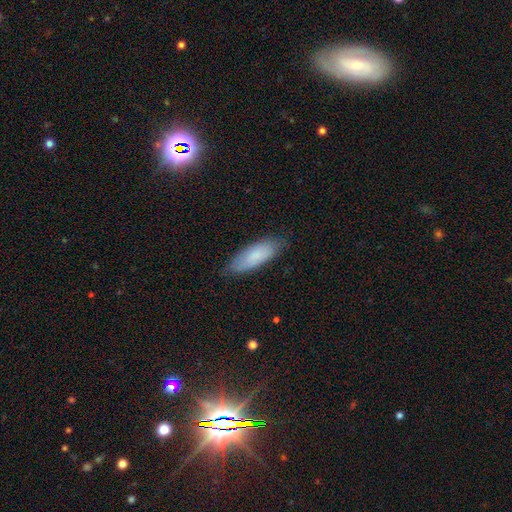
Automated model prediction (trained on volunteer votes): Morphology: type=smooth (82%); roundness=in between (65%); merging=none (80%).